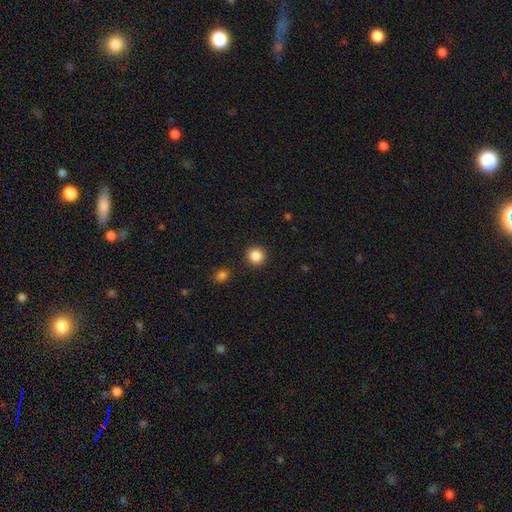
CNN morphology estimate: Smooth or featured: smooth — 86% (star or artifact — 11%)
How rounded: round — 93% (in between — 6%)
Merging: none — 91% (minor disturbance — 5%)